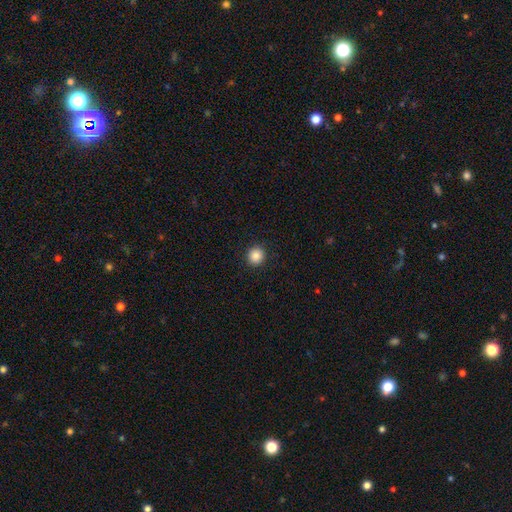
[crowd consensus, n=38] A smooth galaxy with no disk features (87%) that is round (100%). Merging: none (92%).